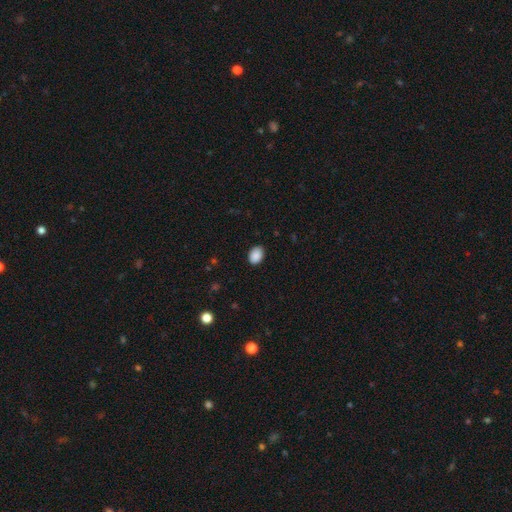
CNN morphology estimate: Q: Smooth or featured?
A: smooth (90%); runner-up: star or artifact (8%)
Q: How rounded?
A: in between (78%); runner-up: round (21%)
Q: Merging?
A: none (87%); runner-up: minor disturbance (10%)